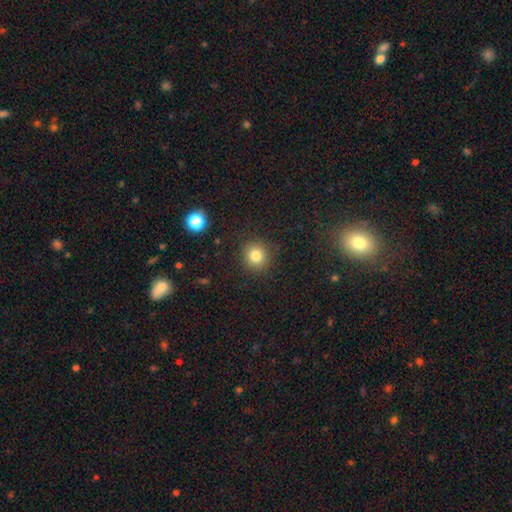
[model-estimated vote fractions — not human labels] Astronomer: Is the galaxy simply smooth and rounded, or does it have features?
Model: smooth — 81%.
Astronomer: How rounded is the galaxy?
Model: round — 91%.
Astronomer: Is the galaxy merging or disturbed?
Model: none — 89%.